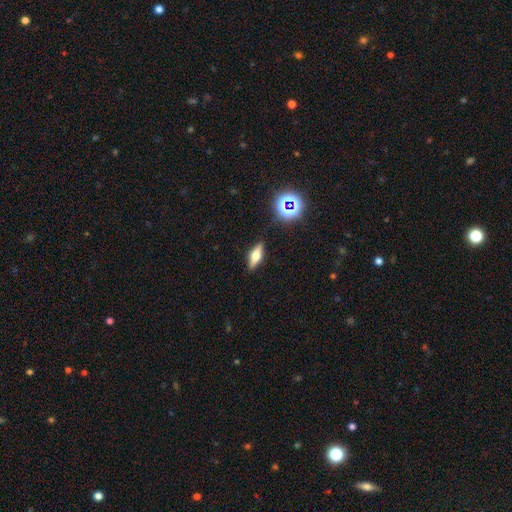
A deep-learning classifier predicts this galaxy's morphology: This is possibly a smooth galaxy (47%). Merging: clearly none (86%).